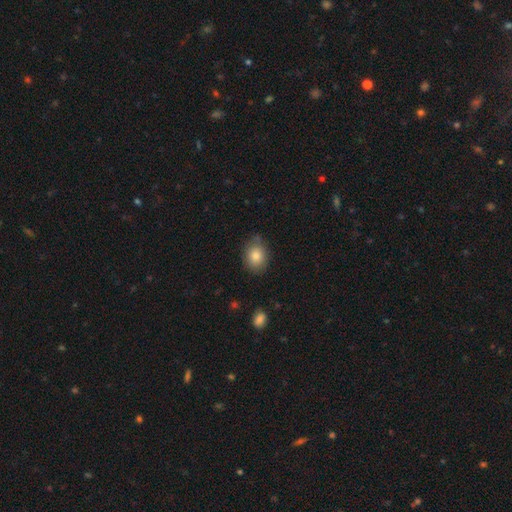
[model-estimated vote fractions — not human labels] A smooth galaxy with no disk features (83%) that is in between round and cigar-shaped (64%).

Vote fractions:
- Smooth or featured? smooth: 83% / featured or disk: 8% / star or artifact: 8%
- How rounded? in between: 64% / round: 34% / cigar-shaped: 1%
- Merging? none: 77% / minor disturbance: 17% / major disturbance: 4% / merger: 2%